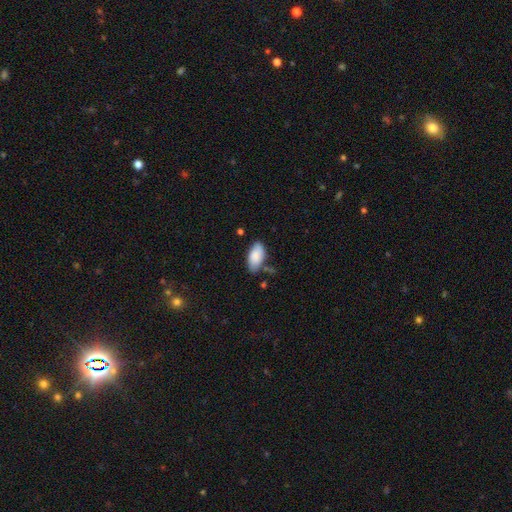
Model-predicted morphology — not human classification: Q: Smooth or featured?
A: smooth (84%); runner-up: featured or disk (9%)
Q: How rounded?
A: in between (94%); runner-up: cigar-shaped (4%)
Q: Merging?
A: none (65%); runner-up: minor disturbance (24%)